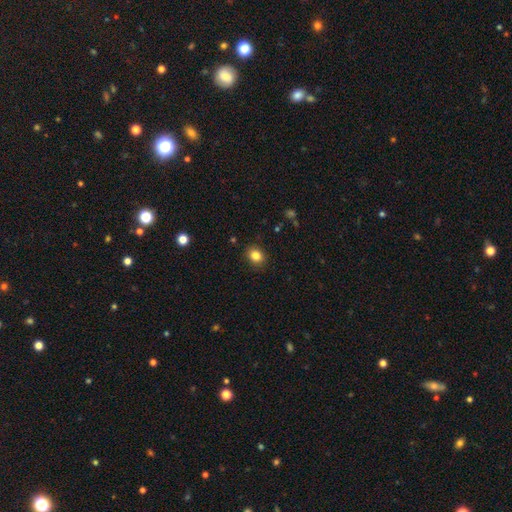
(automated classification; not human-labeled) Morphology: type=smooth (83%); roundness=round (60%); merging=none (88%).